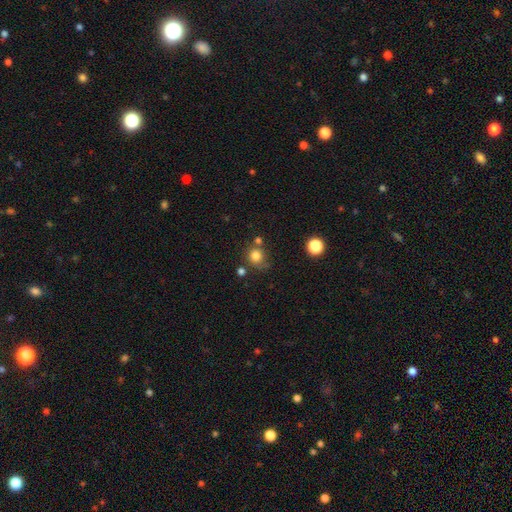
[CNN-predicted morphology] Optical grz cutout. It shows a smooth galaxy with no disk features (80%) that is round (87%). Merging: none (65%).